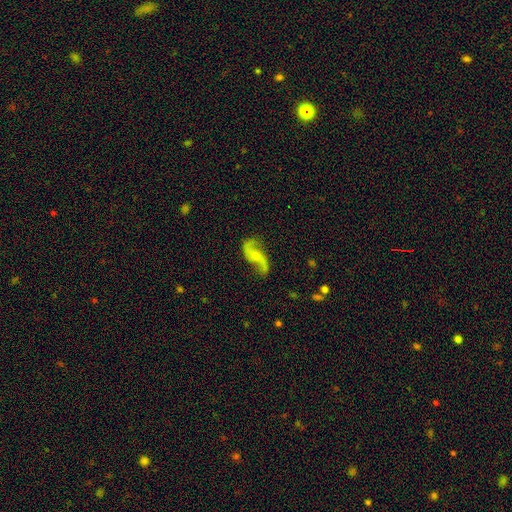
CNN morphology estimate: A featured or disk galaxy (86%) with no bar (61%), 2 (93%) loose (82%) spiral arms (95%) and a small central bulge (53%).

Vote fractions:
- Smooth or featured? featured or disk: 86% / smooth: 8% / star or artifact: 6%
- Edge-on disk? no: 96% / yes: 4%
- Bar? no: 61% / weak: 29% / strong: 10%
- Spiral arms? yes: 95% / no: 5%
- Spiral winding? loose: 82% / medium: 14% / tight: 4%
- Spiral arm count? 2: 93% / 1: 2% / can't tell: 2% / 3: 1% / 4: 1% / more than 4: 1%
- Bulge size? small: 53% / moderate: 41% / none: 3% / large: 2% / dominant: 1%
- Merging? none: 74% / minor disturbance: 16% / major disturbance: 7% / merger: 2%